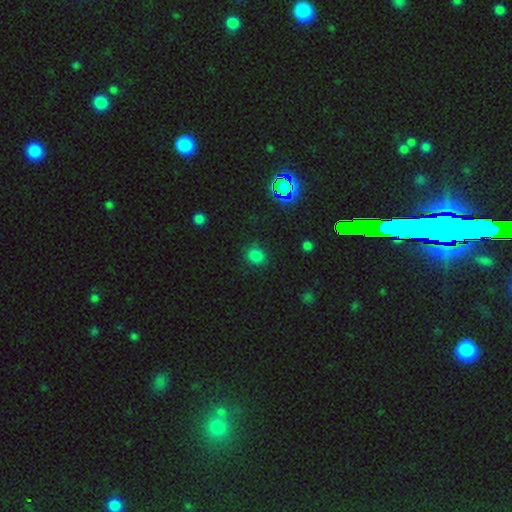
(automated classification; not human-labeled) Smooth or featured: smooth — 77% (star or artifact — 19%)
How rounded: round — 66% (in between — 33%)
Merging: none — 84% (minor disturbance — 11%)